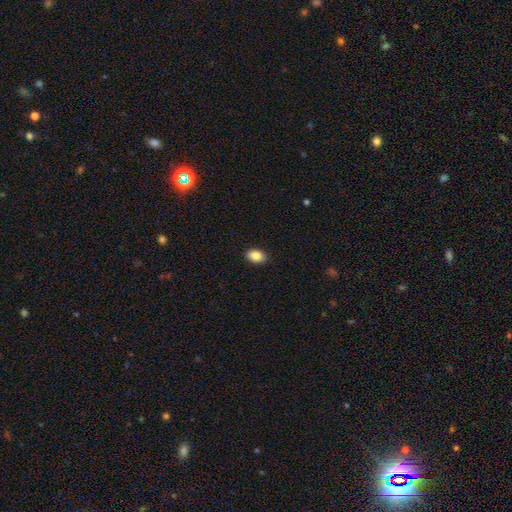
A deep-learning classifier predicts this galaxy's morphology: A smooth galaxy with no disk features (87%) that is in between round and cigar-shaped (87%). Merging: none (90%).